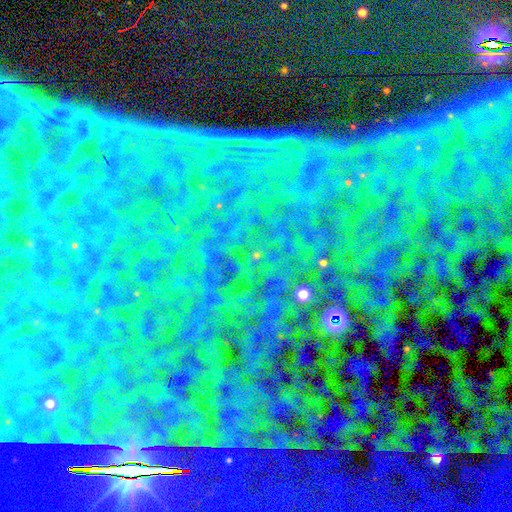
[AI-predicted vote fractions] A star or artifact, not a galaxy (85%).